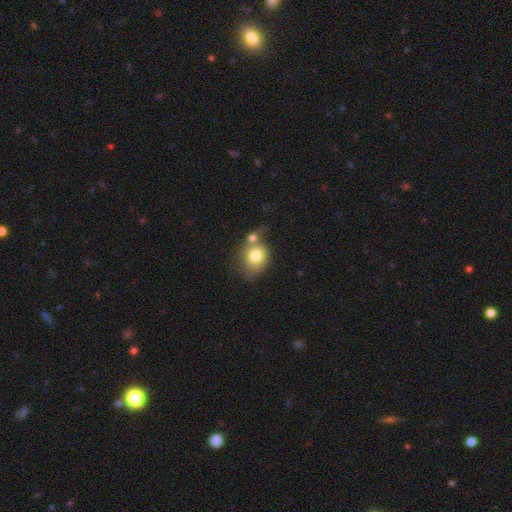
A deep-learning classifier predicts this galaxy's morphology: This is likely a smooth galaxy (77%). How rounded: likely round (65%). Merging: marginally none (37%, tied with merger).